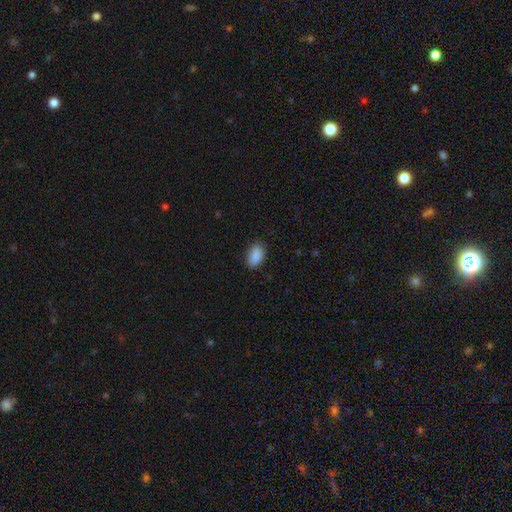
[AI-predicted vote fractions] Smooth or featured: smooth — 90% (star or artifact — 7%)
How rounded: in between — 92% (round — 6%)
Merging: none — 84% (minor disturbance — 13%)